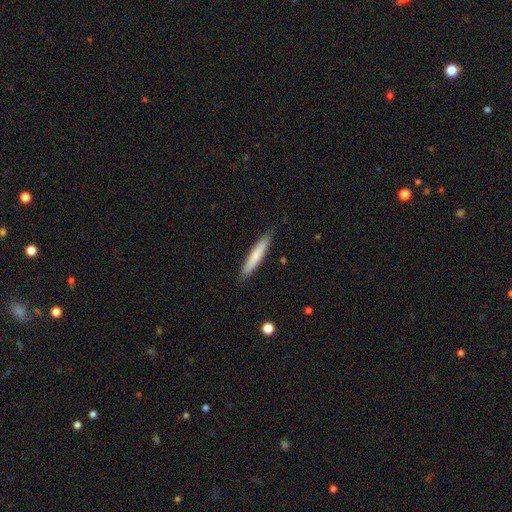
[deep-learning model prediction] smooth_or_featured: smooth (p=0.71) [alt: featured or disk p=0.24]
how_rounded: cigar-shaped (p=0.93) [alt: in between p=0.06]
merging: none (p=0.89) [alt: minor disturbance p=0.09]